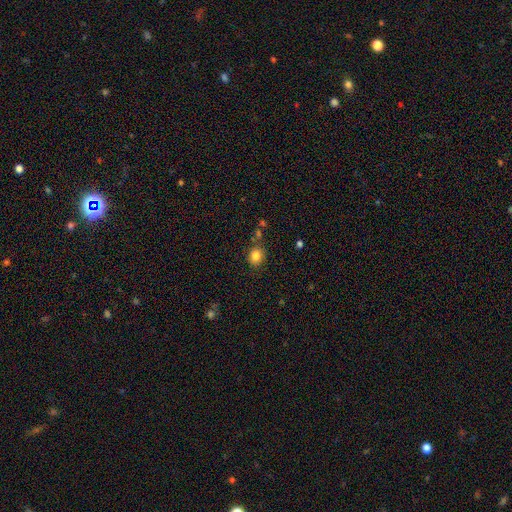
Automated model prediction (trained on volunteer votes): A smooth galaxy with no disk features (83%) that is round (66%).

Vote fractions:
- Smooth or featured? smooth: 83% / star or artifact: 11% / featured or disk: 6%
- How rounded? round: 66% / in between: 33% / cigar-shaped: 1%
- Merging? none: 80% / minor disturbance: 12% / merger: 5% / major disturbance: 3%